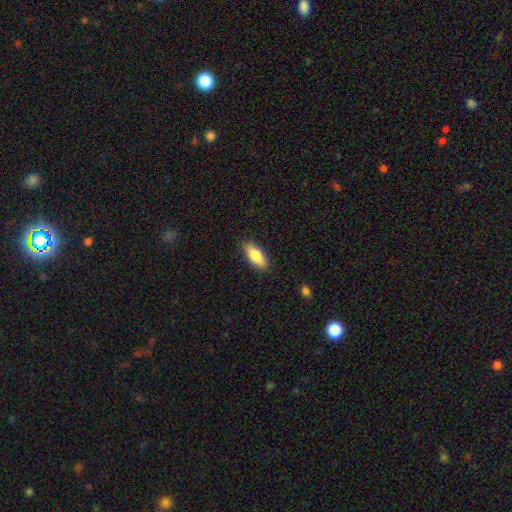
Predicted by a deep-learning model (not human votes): This is clearly a smooth galaxy (82%). How rounded: clearly in between (81%). Merging: clearly none (88%).